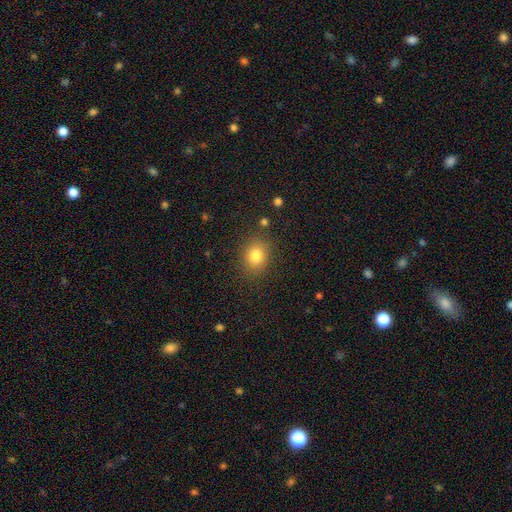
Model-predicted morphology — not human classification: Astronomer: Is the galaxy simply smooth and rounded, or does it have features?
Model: smooth — 80%.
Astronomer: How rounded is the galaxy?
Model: round — 54% (runner-up: in between, 45%).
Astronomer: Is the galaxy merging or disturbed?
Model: none — 86%.